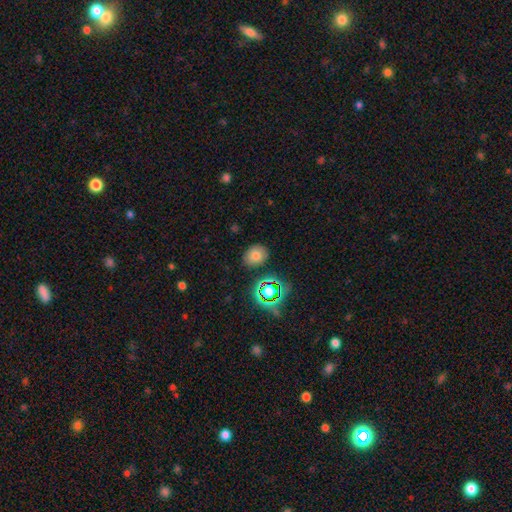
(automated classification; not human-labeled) A smooth galaxy with no disk features (71%) that is in between round and cigar-shaped (50%). Merging: none (83%).